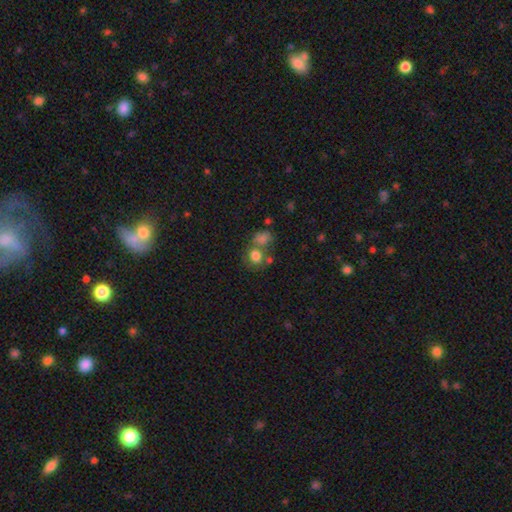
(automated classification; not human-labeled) Morphology: type=smooth (77%); roundness=round (71%); merging=none (43%).